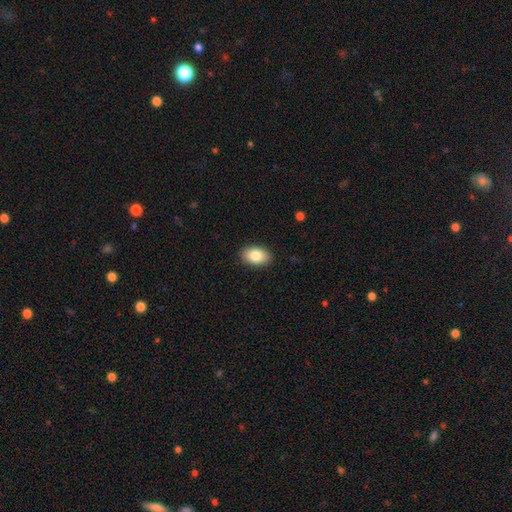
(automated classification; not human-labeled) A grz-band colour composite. It shows a smooth galaxy with no disk features (84%) that is in between round and cigar-shaped (90%). Merging: none (89%).